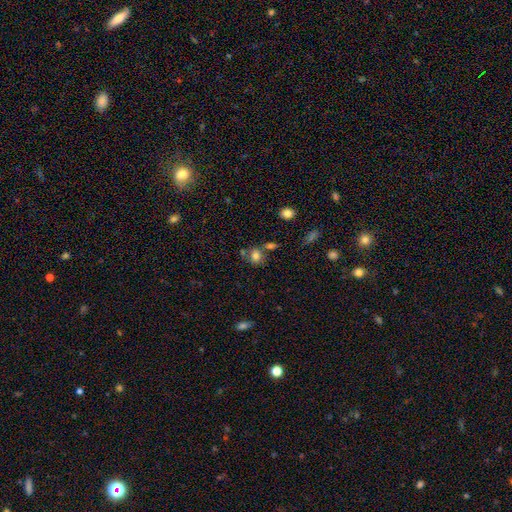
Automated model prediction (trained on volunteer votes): A smooth galaxy with no disk features (79%) that is round (60%). Merging: none (60%).